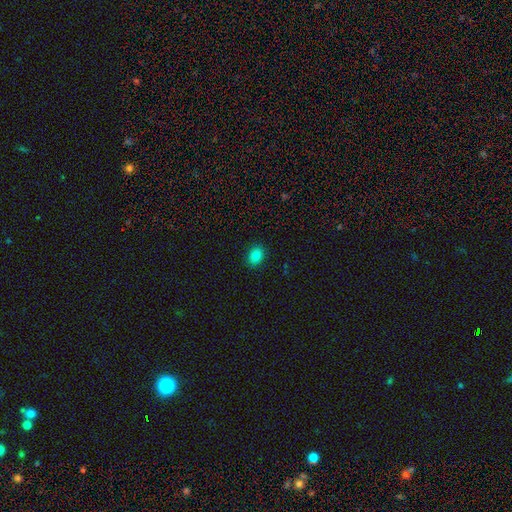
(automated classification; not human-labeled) A smooth galaxy with no disk features (83%) that is in between round and cigar-shaped (68%).

Vote fractions:
- Smooth or featured? smooth: 83% / star or artifact: 11% / featured or disk: 6%
- How rounded? in between: 68% / round: 31% / cigar-shaped: 1%
- Merging? none: 89% / minor disturbance: 8% / major disturbance: 2% / merger: 1%